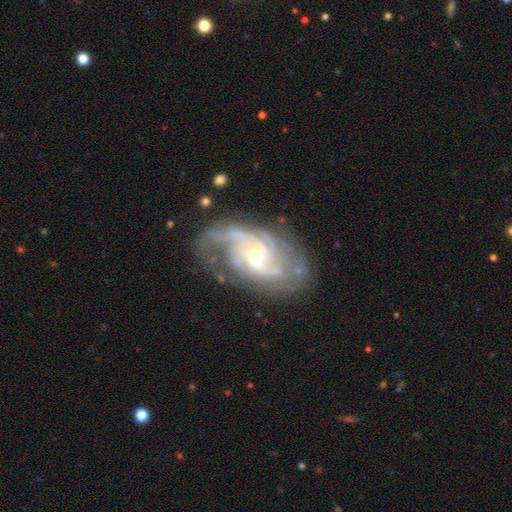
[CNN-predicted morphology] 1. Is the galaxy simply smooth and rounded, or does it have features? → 88% featured or disk, 6% smooth, 6% star or artifact.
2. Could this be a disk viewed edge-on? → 96% no, 4% yes.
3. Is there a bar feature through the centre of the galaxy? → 57% no, 35% weak, 8% strong.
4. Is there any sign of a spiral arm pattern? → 96% yes, 4% no.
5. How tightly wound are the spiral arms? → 46% medium, 37% tight, 17% loose.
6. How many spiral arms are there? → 36% 2, 23% can't tell, 21% 3, 9% 4, 6% 1, 5% more than 4.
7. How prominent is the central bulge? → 69% small, 26% moderate, 2% large, 2% none, 1% dominant.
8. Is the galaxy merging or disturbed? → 64% none, 20% minor disturbance, 14% major disturbance, 2% merger.